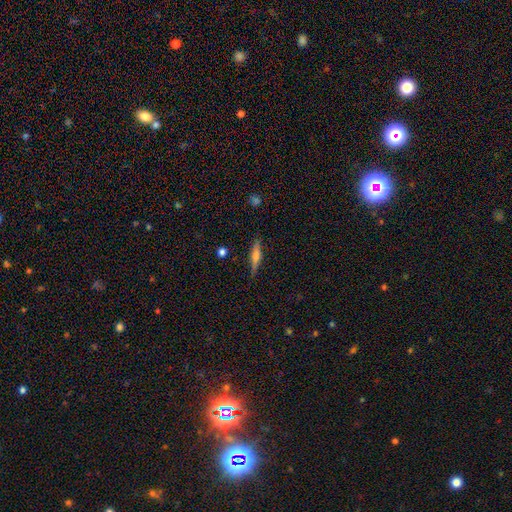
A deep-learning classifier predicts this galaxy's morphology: This appears to be a featured or disk galaxy (52%) viewed edge-on (95%). Merging: none (85%).